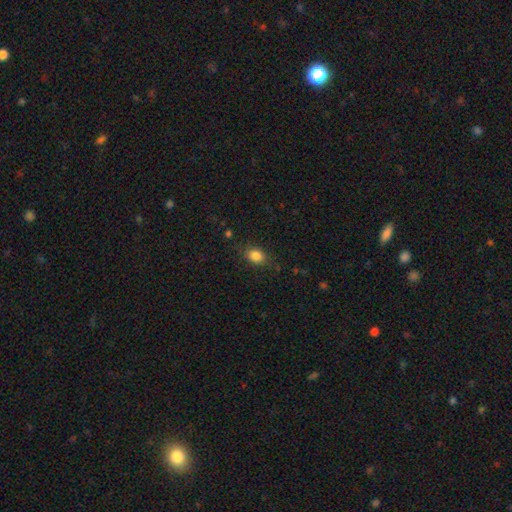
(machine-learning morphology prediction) smooth 84%, star or artifact 10%, featured or disk 5%. Down the decision tree: how rounded — in between (66%); merging — none (81%).